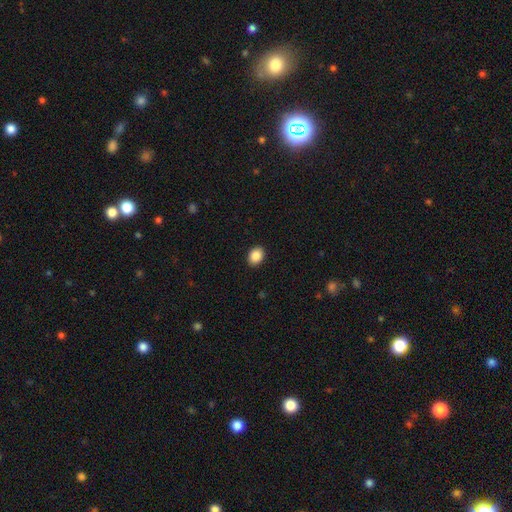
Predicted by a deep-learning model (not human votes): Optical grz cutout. It shows a smooth galaxy with no disk features (88%) that is in between round and cigar-shaped (60%). Merging: none (91%).